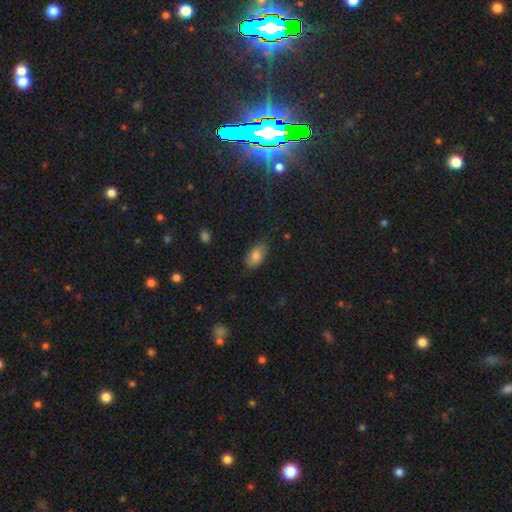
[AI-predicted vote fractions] This is likely a smooth galaxy (79%). How rounded: clearly in between (92%). Merging: likely none (79%).